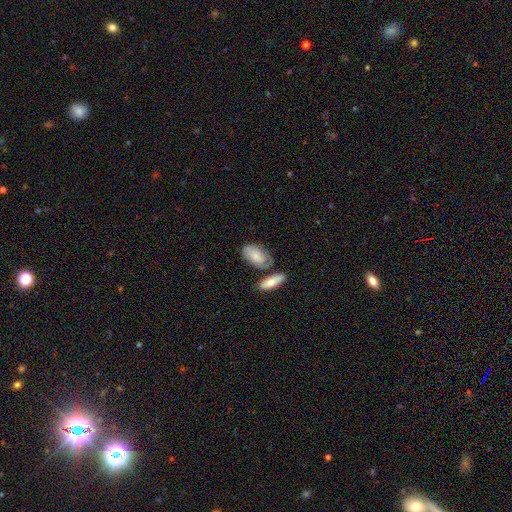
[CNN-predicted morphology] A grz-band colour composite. It shows a smooth galaxy with no disk features (72%) that is in between round and cigar-shaped (91%). Merging: none (51%).